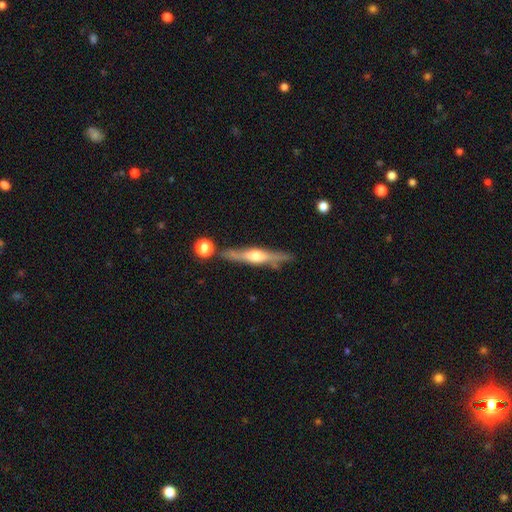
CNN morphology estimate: Smooth or featured?
  - featured or disk: 69% *
  - smooth: 25%
  - star or artifact: 6%
Edge-on disk?
  - yes: 96% *
  - no: 4%
Edge-on bulge?
  - rounded: 90% *
  - boxy: 6%
  - none: 4%
Merging?
  - none: 78% *
  - minor disturbance: 13%
  - merger: 6%
  - major disturbance: 3%